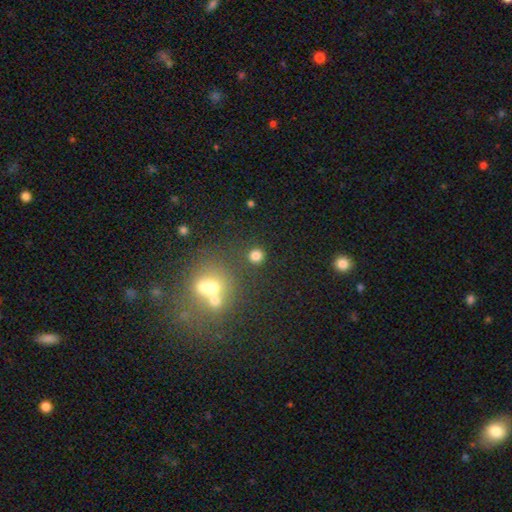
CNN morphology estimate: type=smooth (78%); roundness=round (89%); merging=none (84%).